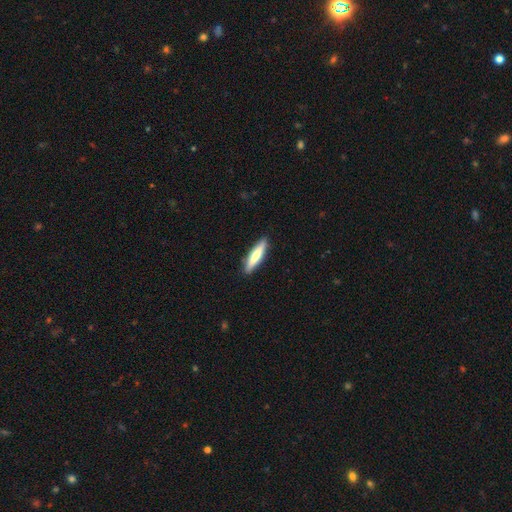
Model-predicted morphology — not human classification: This is likely a smooth galaxy (69%). How rounded: clearly cigar-shaped (81%). Merging: clearly none (89%).